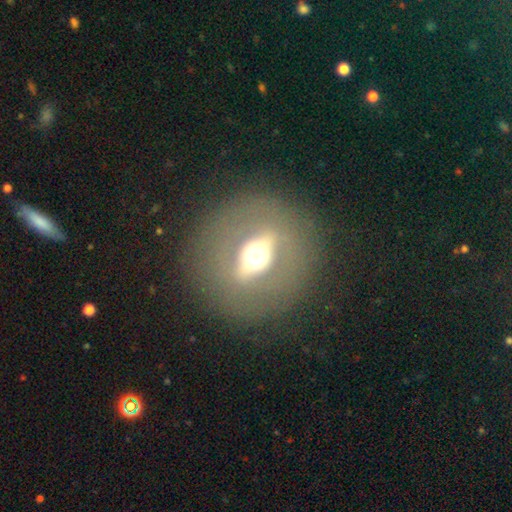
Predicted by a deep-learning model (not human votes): A featured or disk galaxy (53%). Merging: none (82%).